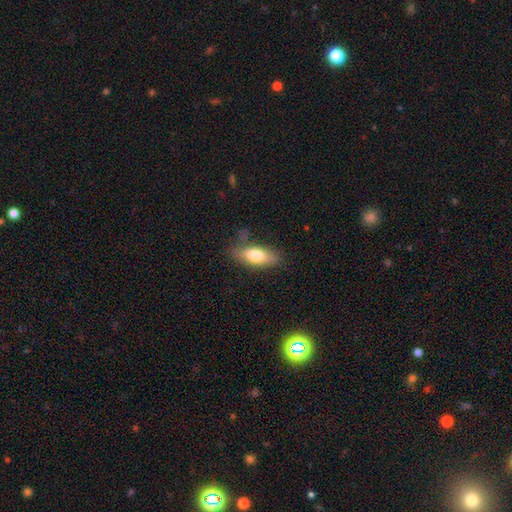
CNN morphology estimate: The model was most divided on "smooth or featured": smooth: 74%, featured or disk: 19%, star or artifact: 7%. More confident: how rounded — in between (77%); merging — none (75%).